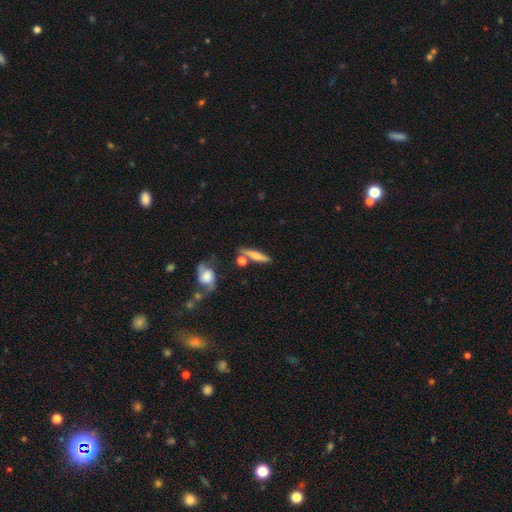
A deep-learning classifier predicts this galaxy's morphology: Smooth or featured? smooth (52%)
How rounded? cigar-shaped (78%)
Merging? none (70%)